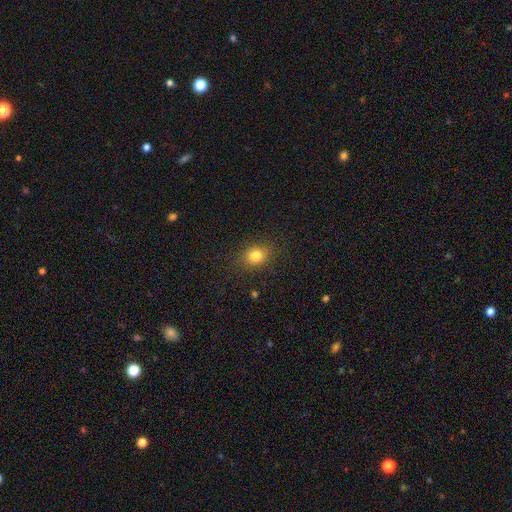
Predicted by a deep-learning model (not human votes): smooth 80%, star or artifact 12%, featured or disk 7%. Down the decision tree: how rounded — round (52%); merging — none (84%).